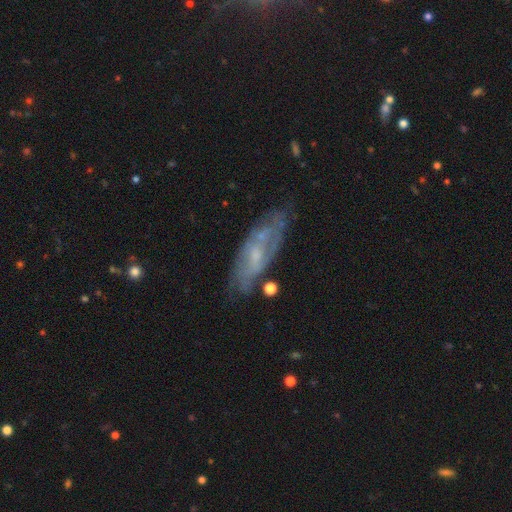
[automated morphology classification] Overall: featured or disk (65%; smooth 27%). Edge-on disk: no (80%). Bar: no (58%; weak 35%). Spiral arms: yes (60%; no 40%). Bulge size: small (57%; moderate 28%). Merging: none (63%; minor disturbance 23%).